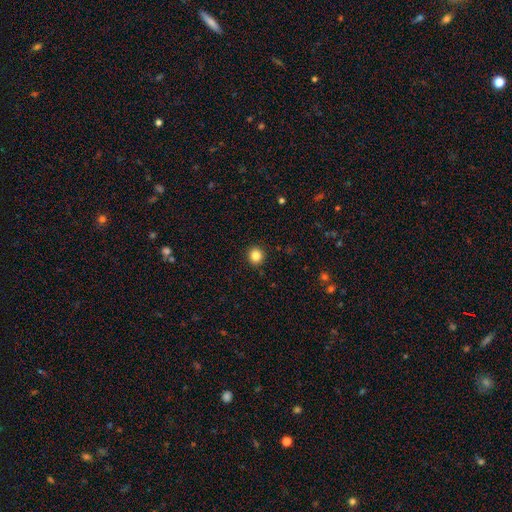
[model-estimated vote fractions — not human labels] Smooth or featured?
  - smooth: 85% *
  - star or artifact: 11%
  - featured or disk: 4%
How rounded?
  - round: 91% *
  - in between: 8%
  - cigar-shaped: 1%
Merging?
  - none: 92% *
  - minor disturbance: 5%
  - major disturbance: 2%
  - merger: 1%